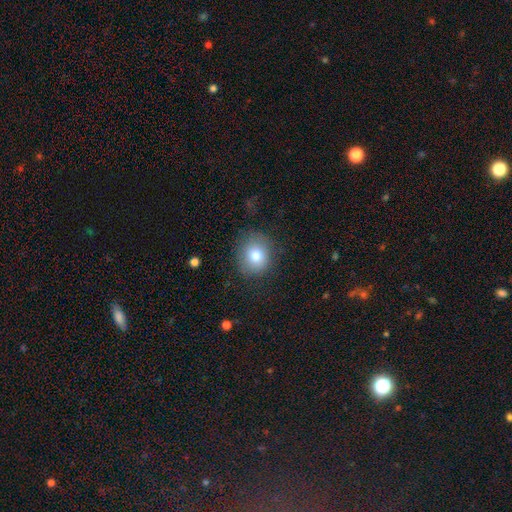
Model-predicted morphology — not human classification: This is likely a smooth galaxy (79%). How rounded: likely round (77%). Merging: clearly none (81%).